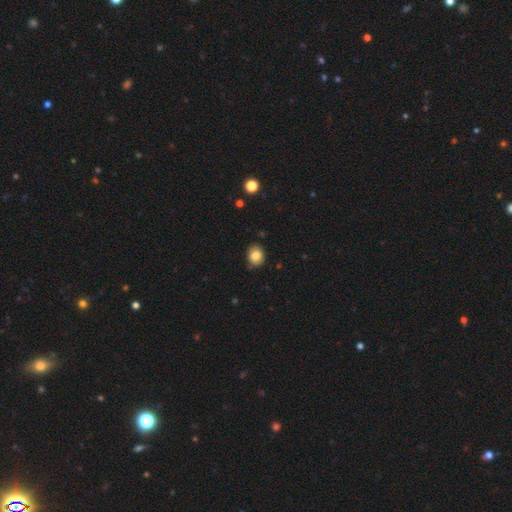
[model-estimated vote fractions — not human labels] A smooth galaxy with no disk features (83%) that is round (55%). Merging: none (80%).